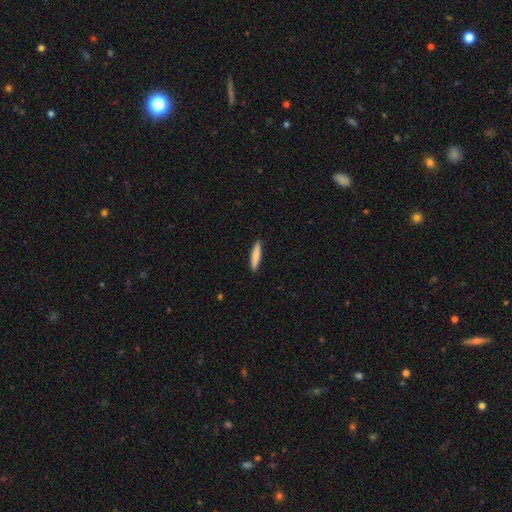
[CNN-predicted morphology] Smooth or featured? Predicted: smooth (p=0.81). How rounded? Predicted: cigar-shaped (p=0.89). Merging? Predicted: none (p=0.91).